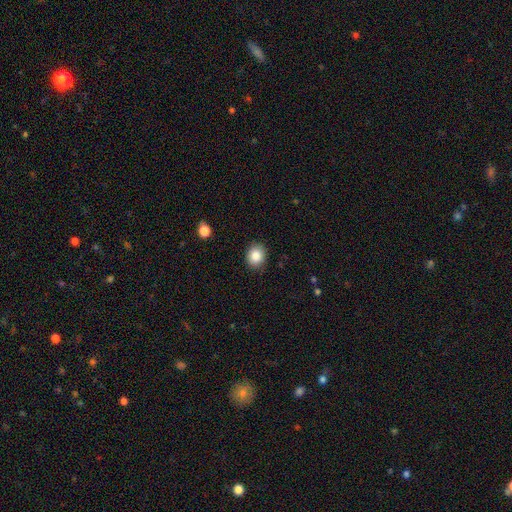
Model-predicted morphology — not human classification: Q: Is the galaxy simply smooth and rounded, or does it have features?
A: smooth — 85%.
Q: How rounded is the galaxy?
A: round — 67%.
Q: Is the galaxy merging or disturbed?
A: none — 88%.